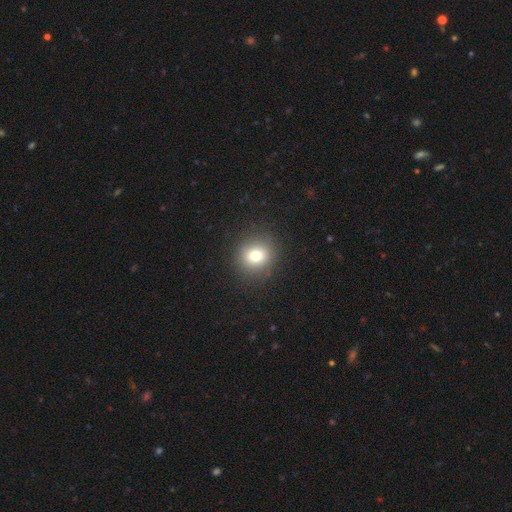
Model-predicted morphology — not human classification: type=smooth (76%); roundness=round (86%); merging=none (89%).